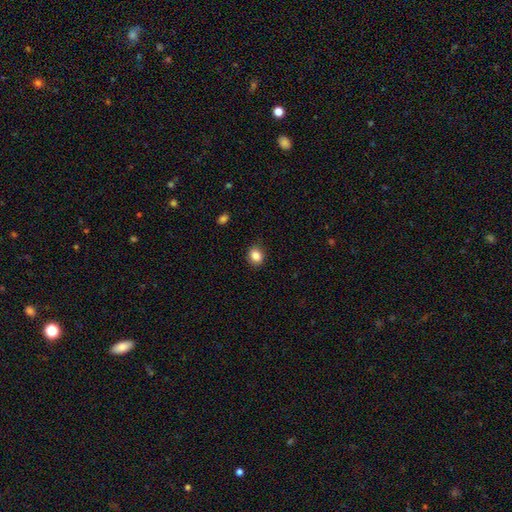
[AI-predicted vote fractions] Smooth or featured: smooth — 86% (star or artifact — 10%)
How rounded: round — 65% (in between — 34%)
Merging: none — 87% (minor disturbance — 9%)